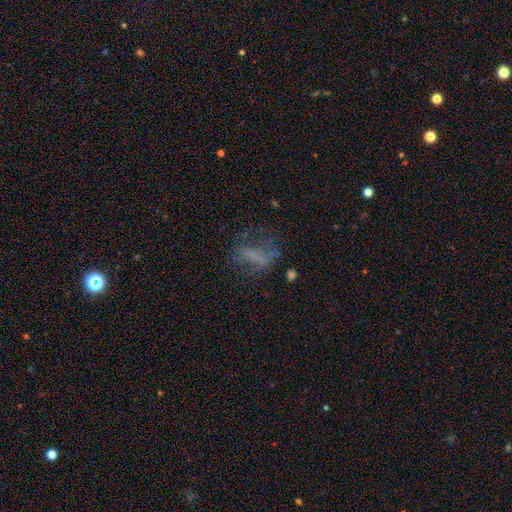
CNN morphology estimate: The model was most divided on "smooth or featured": smooth: 40%, featured or disk: 39%, star or artifact: 21%. Remaining: merging — none (45%).